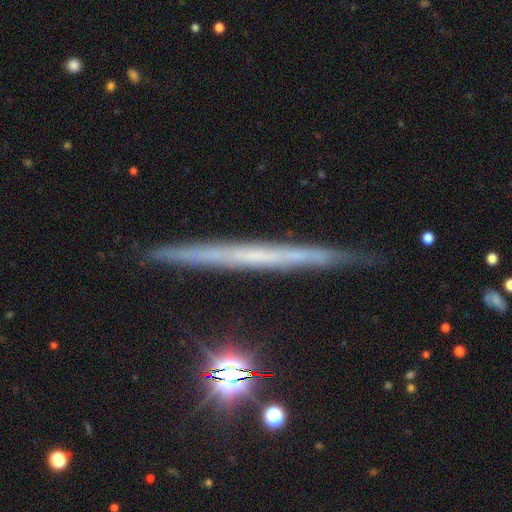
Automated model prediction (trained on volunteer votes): Q: Smooth or featured?
A: featured or disk (63%); runner-up: smooth (28%)
Q: Edge-on disk?
A: yes (97%); runner-up: no (3%)
Q: Edge-on bulge?
A: none (91%); runner-up: rounded (6%)
Q: Merging?
A: none (88%); runner-up: minor disturbance (9%)